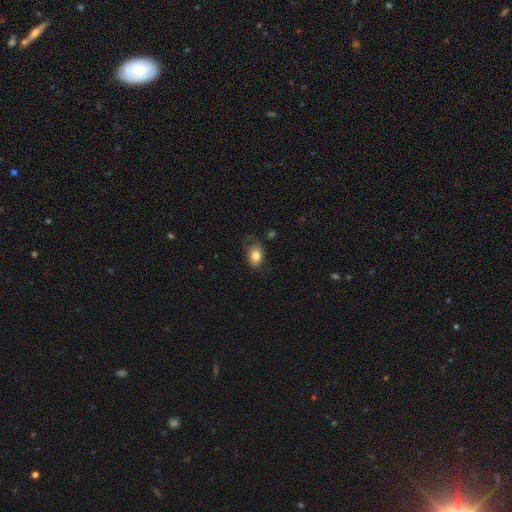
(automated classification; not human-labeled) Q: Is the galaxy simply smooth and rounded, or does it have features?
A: smooth — 81%.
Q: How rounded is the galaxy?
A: in between — 79%.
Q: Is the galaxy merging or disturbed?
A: none — 61%.